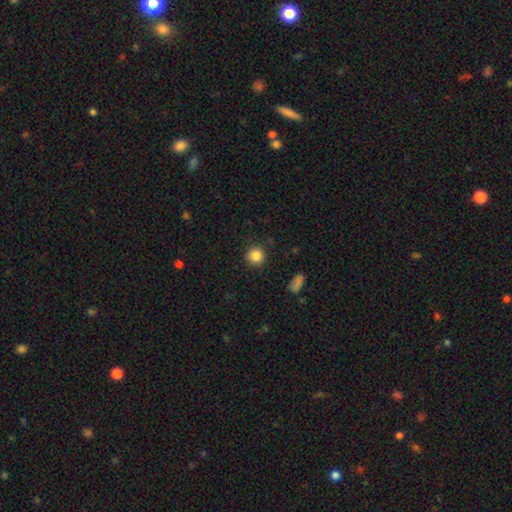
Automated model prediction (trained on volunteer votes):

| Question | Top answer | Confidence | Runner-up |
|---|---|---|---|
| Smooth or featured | smooth | 86% | star or artifact (10%) |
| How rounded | round | 93% | in between (6%) |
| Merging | none | 91% | minor disturbance (6%) |